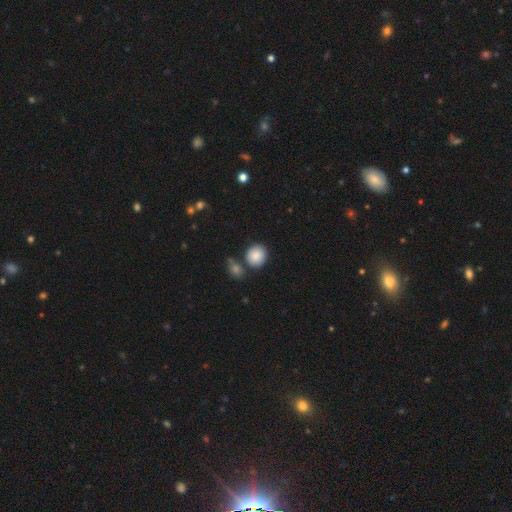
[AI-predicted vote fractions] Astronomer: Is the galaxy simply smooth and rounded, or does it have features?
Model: smooth — 87%.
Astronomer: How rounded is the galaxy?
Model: round — 84%.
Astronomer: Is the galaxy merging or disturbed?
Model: none — 72%.